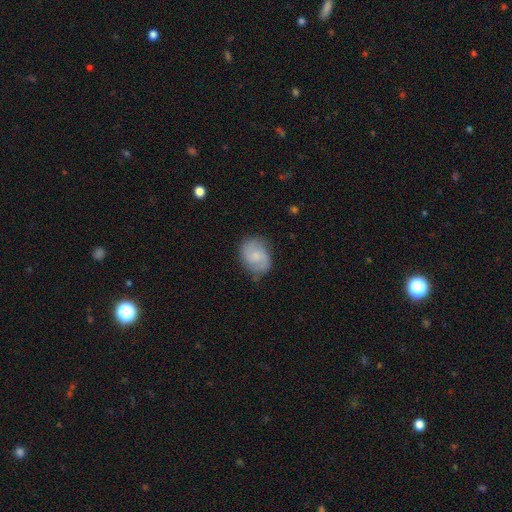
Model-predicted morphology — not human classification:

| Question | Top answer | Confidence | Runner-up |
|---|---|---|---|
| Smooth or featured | featured or disk | 50% | smooth (42%) |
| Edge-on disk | no | 97% | yes (3%) |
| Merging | none | 73% | minor disturbance (20%) |